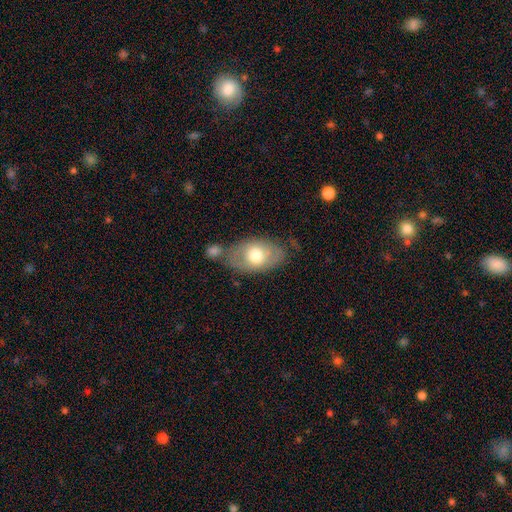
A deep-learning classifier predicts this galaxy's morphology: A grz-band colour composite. It shows a smooth galaxy with no disk features (62%) that is in between round and cigar-shaped (87%). Merging: none (50%).